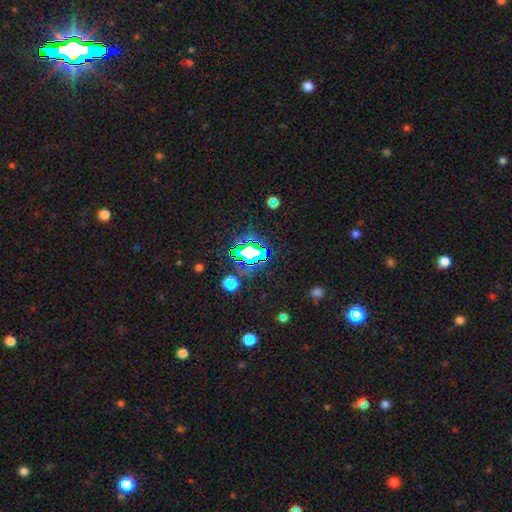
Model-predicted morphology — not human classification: A star or artifact, not a galaxy (71%).

Vote fractions:
- Smooth or featured? star or artifact: 71% / smooth: 18% / featured or disk: 11%